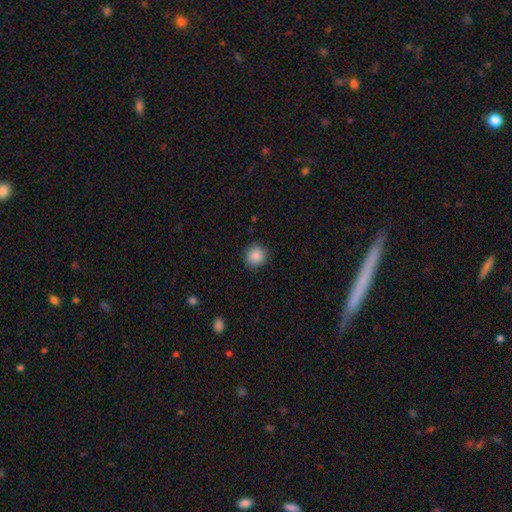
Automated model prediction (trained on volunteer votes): Q: Smooth or featured?
A: smooth (88%); runner-up: star or artifact (9%)
Q: How rounded?
A: round (88%); runner-up: in between (11%)
Q: Merging?
A: none (89%); runner-up: minor disturbance (8%)